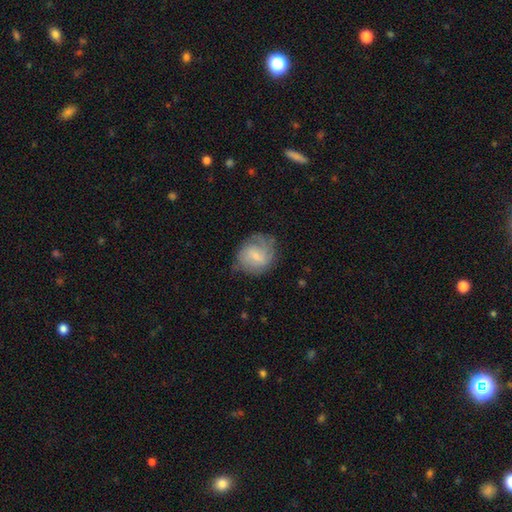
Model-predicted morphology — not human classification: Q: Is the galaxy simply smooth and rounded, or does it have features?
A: featured or disk — 54%.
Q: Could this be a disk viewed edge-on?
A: no — 97%.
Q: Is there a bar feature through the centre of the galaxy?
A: weak — 57%.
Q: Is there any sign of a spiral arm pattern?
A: yes — 80%.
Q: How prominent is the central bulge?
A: small — 61%.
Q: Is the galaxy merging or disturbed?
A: none — 61%.